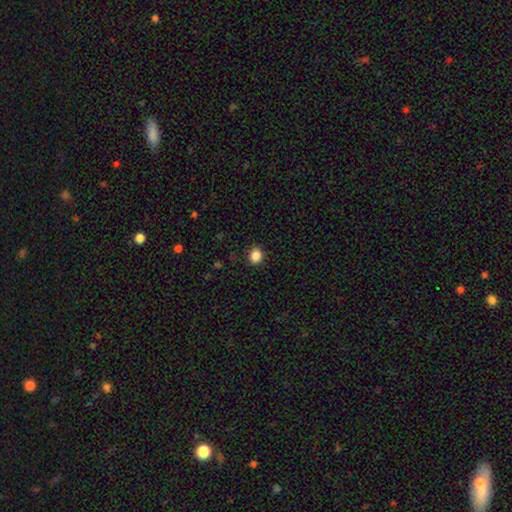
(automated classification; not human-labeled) Overall: smooth (86%). How rounded: round (78%). Merging: none (89%).